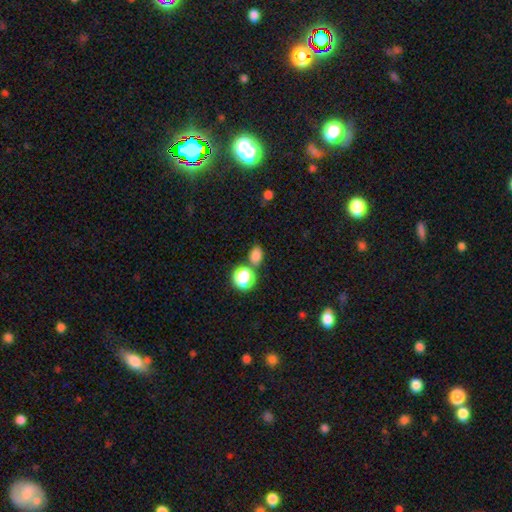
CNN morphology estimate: This appears to be a smooth galaxy with no disk features (79%) that is in between round and cigar-shaped (61%). Merging: none (72%).